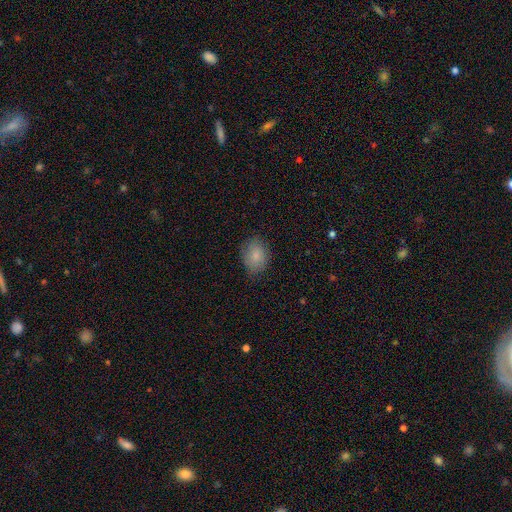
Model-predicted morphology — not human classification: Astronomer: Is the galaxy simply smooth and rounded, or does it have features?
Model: smooth — 84%.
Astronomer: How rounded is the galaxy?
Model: in between — 62% (runner-up: round, 37%).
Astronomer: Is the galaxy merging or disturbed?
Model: none — 79%.